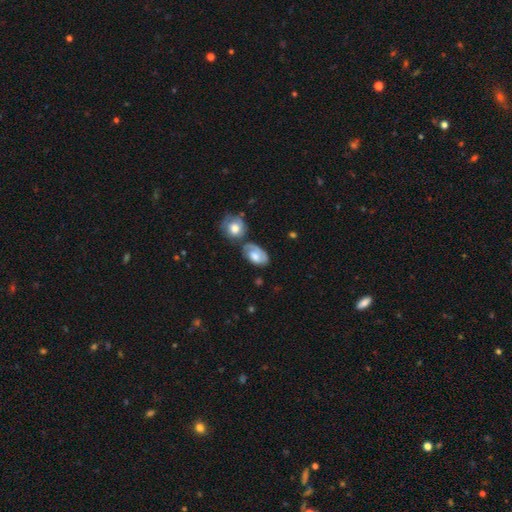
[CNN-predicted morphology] smooth 48%, featured or disk 45%, star or artifact 7%. Down the decision tree: merging — none (45%).